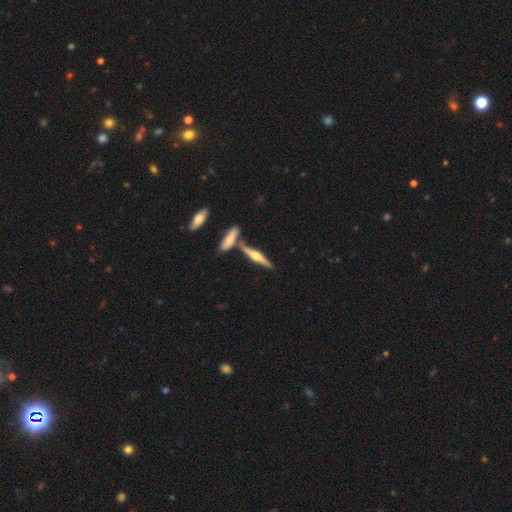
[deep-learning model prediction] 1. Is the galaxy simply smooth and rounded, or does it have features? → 71% featured or disk, 23% smooth, 5% star or artifact.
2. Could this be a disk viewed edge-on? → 97% yes, 3% no.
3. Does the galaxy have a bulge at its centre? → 93% rounded, 4% boxy, 3% none.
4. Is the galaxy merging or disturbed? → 69% none, 19% merger, 9% minor disturbance, 3% major disturbance.